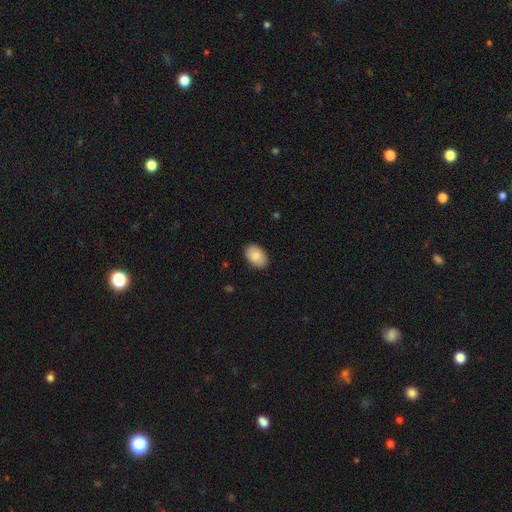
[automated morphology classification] This is clearly a smooth galaxy (82%). How rounded: clearly in between (87%). Merging: clearly none (88%).